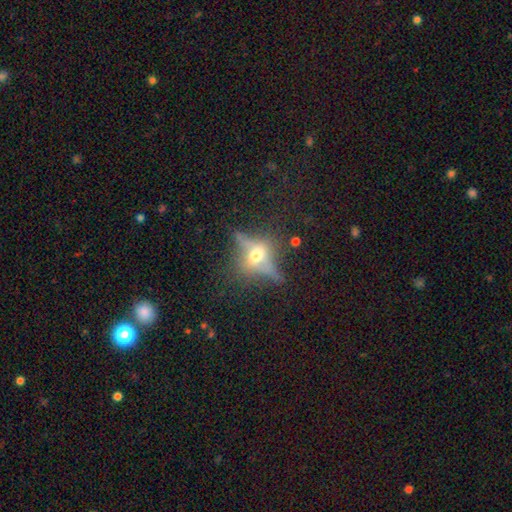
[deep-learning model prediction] Q: Smooth or featured?
A: featured or disk (60%); runner-up: smooth (25%)
Q: Edge-on disk?
A: yes (75%); runner-up: no (25%)
Q: Merging?
A: none (60%); runner-up: minor disturbance (20%)